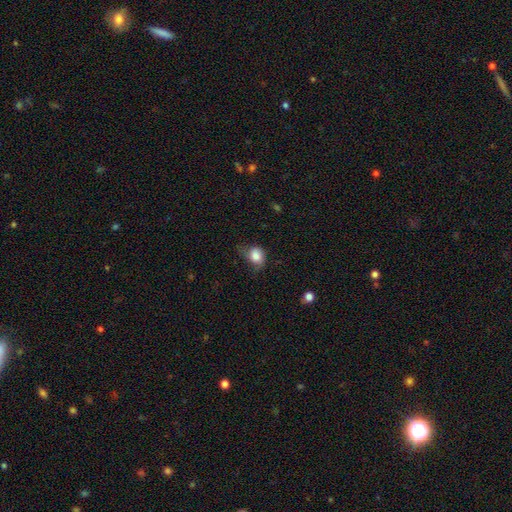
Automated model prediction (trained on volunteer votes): This appears to be a smooth galaxy with no disk features (81%) that is in between round and cigar-shaped (61%). Merging: none (40%).